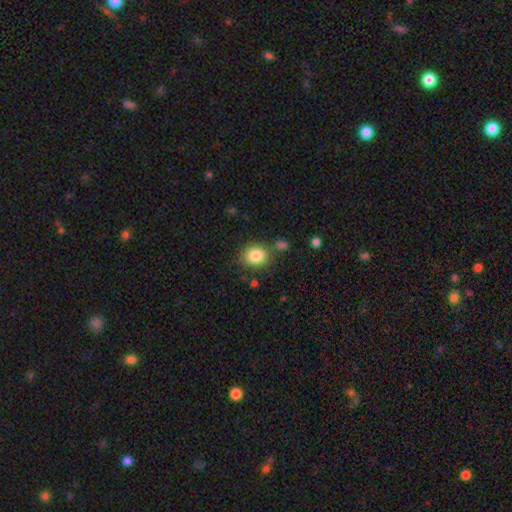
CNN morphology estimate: A smooth galaxy with no disk features (85%) that is round (66%). Merging: none (75%).